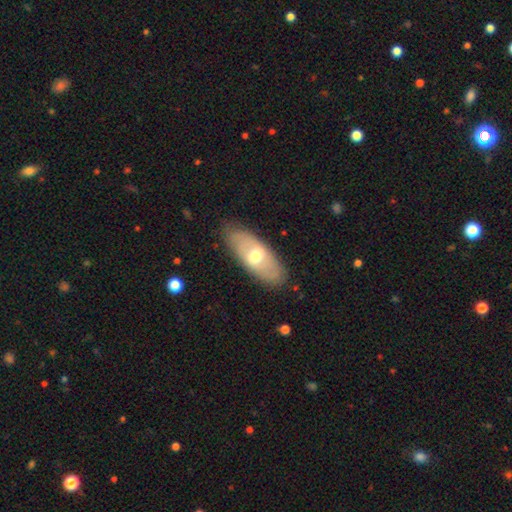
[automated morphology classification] Smooth or featured? Predicted: smooth (p=0.49). Merging? Predicted: none (p=0.82).